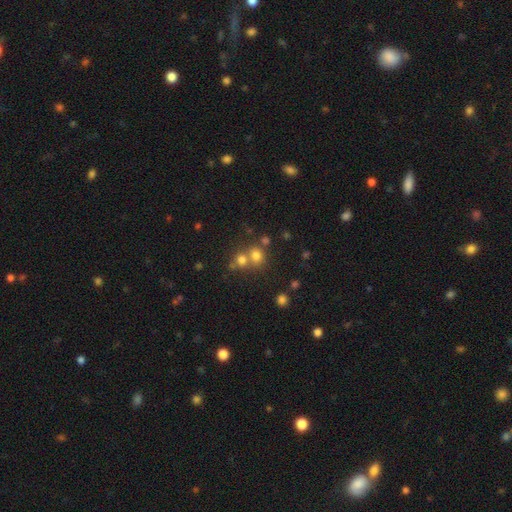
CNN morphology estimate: This is likely a smooth galaxy (71%). How rounded: likely round (79%). Merging: possibly none (45%).